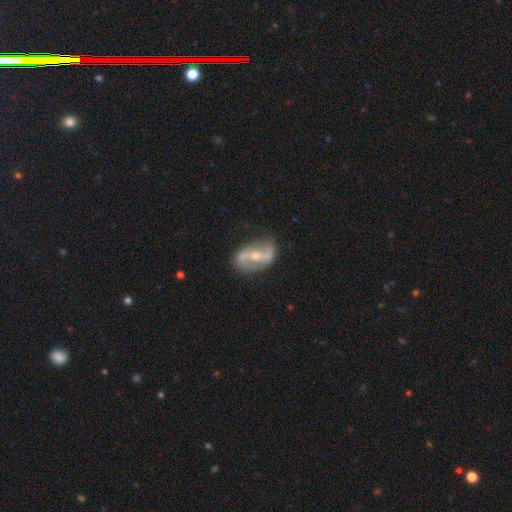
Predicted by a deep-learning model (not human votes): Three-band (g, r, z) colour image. It shows a featured or disk galaxy (84%) with a strong bar (51%), 2 (91%) loose (65%) spiral arms (89%) and a small central bulge (49%). Merging: none (78%).